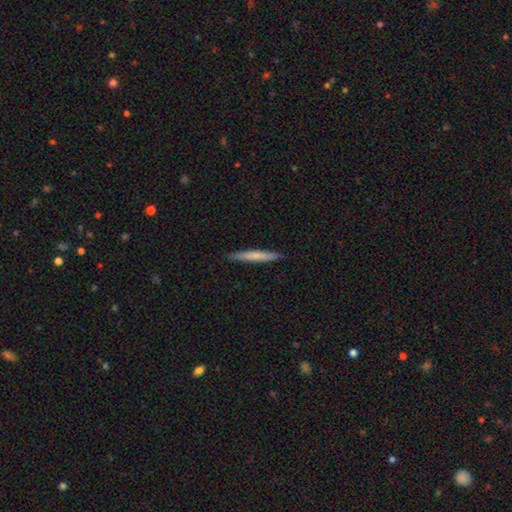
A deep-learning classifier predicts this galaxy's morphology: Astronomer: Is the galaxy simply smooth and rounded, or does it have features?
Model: smooth — 66%.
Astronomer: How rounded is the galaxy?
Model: cigar-shaped — 96%.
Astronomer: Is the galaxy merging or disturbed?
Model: none — 91%.